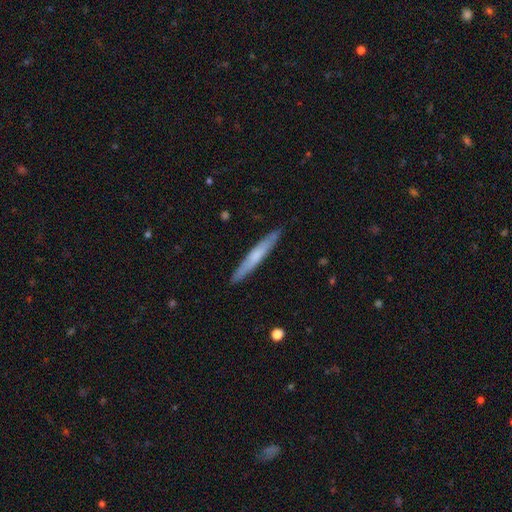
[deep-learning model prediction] A smooth galaxy with no disk features (57%) that is cigar-shaped (96%).

Vote fractions:
- Smooth or featured? smooth: 57% / featured or disk: 38% / star or artifact: 5%
- How rounded? cigar-shaped: 96% / in between: 3% / round: 1%
- Merging? none: 90% / minor disturbance: 7% / major disturbance: 1% / merger: 1%